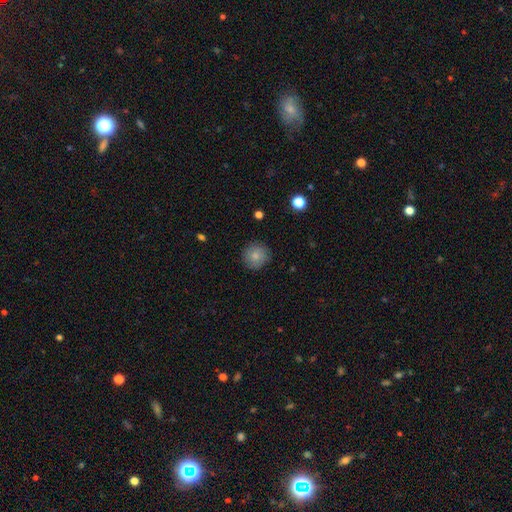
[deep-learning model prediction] A smooth galaxy with no disk features (82%) that is round (93%). Merging: none (87%).